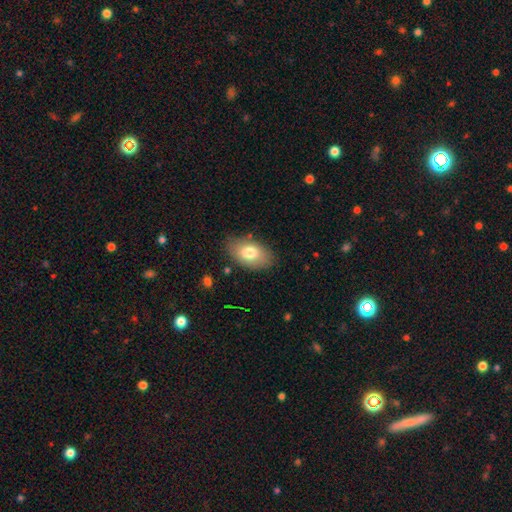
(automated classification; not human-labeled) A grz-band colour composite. It shows a smooth galaxy with no disk features (71%) that is in between round and cigar-shaped (91%). Merging: none (87%).